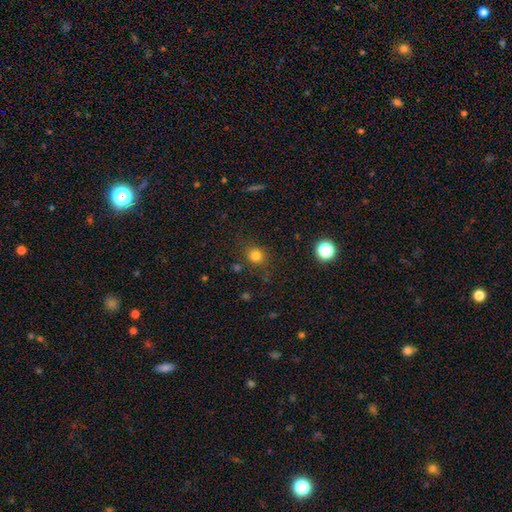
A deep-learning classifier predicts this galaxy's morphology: Smooth or featured: smooth — 80% (star or artifact — 14%)
How rounded: round — 85% (in between — 14%)
Merging: none — 82% (minor disturbance — 11%)